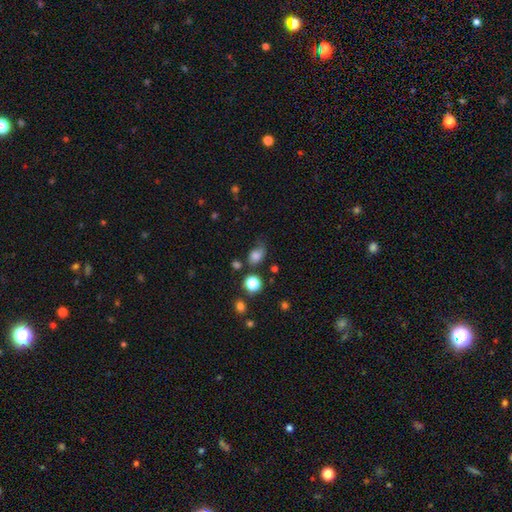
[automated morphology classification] type=smooth (78%); roundness=in between (63%); merging=none (42%).